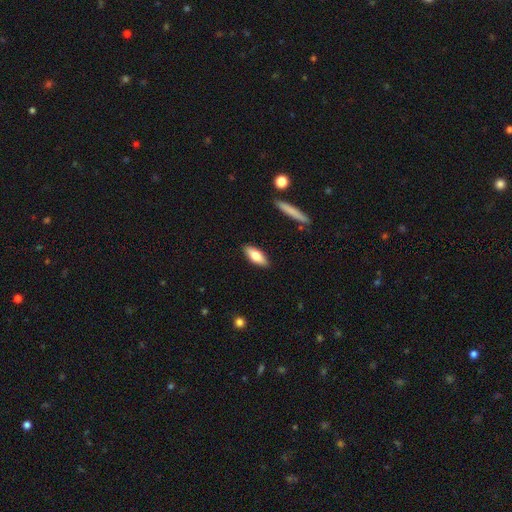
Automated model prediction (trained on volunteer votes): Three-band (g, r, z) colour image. It shows a smooth galaxy with no disk features (75%) that is in between round and cigar-shaped (72%). Merging: none (88%).